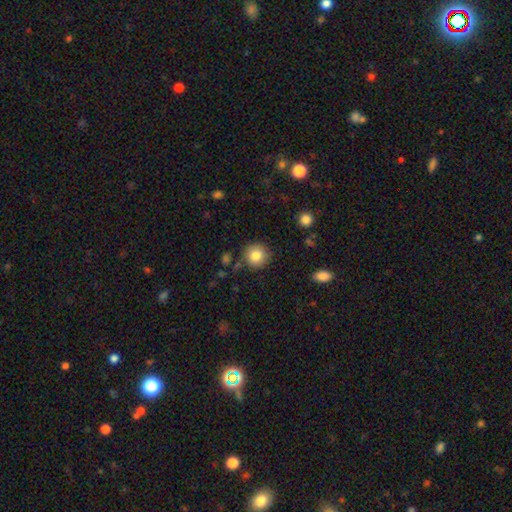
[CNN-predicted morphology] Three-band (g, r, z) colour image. It shows a smooth galaxy with no disk features (82%) that is round (93%). Merging: none (87%).